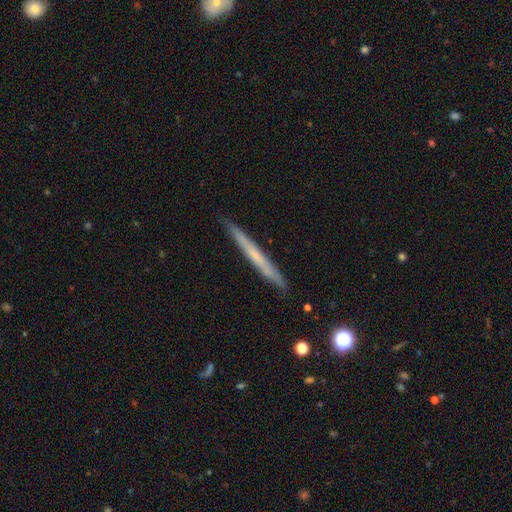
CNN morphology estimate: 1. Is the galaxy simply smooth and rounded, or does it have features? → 47% smooth (tied), 47% featured or disk (tied), 6% star or artifact.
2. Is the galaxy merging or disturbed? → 90% none, 7% minor disturbance, 1% major disturbance, 1% merger.